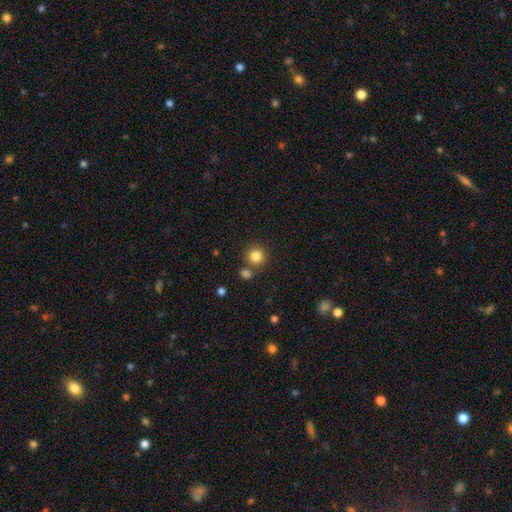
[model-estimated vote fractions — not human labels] This appears to be a smooth galaxy with no disk features (83%) that is round (92%). Merging: none (76%).